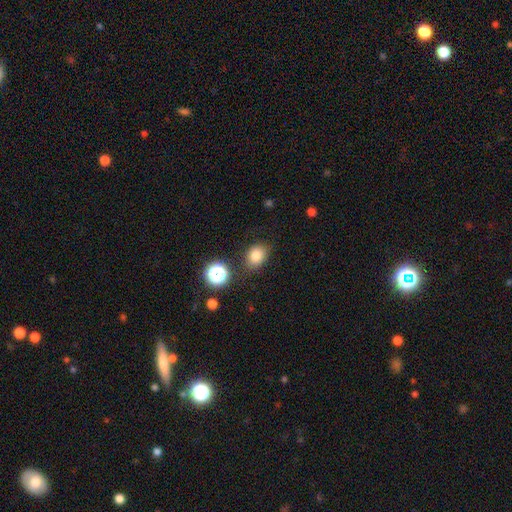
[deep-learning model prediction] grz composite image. It shows a smooth galaxy with no disk features (80%) that is in between round and cigar-shaped (52%). Merging: none (79%).